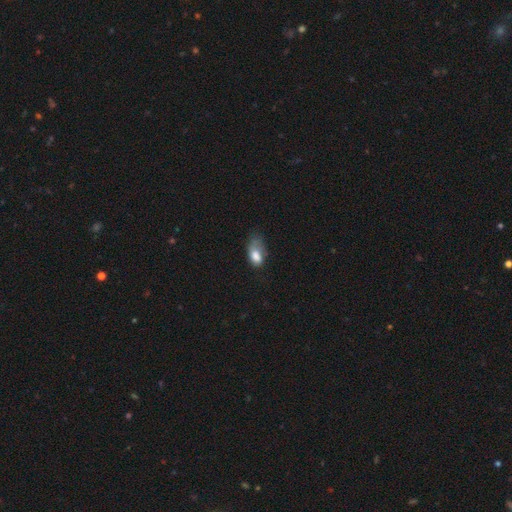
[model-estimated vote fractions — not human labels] Smooth or featured: smooth — 75% (featured or disk — 16%)
How rounded: in between — 88% (round — 9%)
Merging: major disturbance — 40% (minor disturbance — 34%)